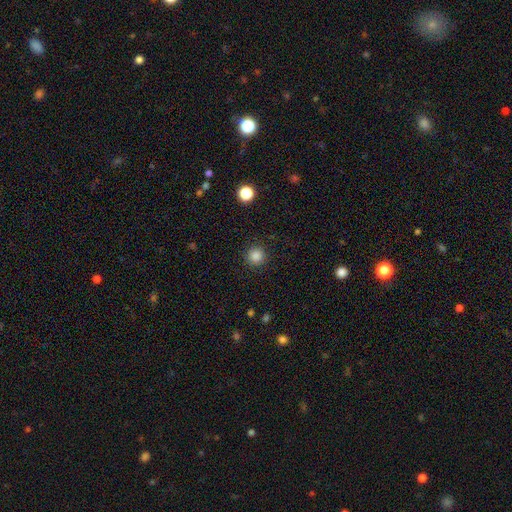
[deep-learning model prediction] smooth 85%, star or artifact 12%, featured or disk 3%. Down the decision tree: how rounded — round (95%); merging — none (91%).